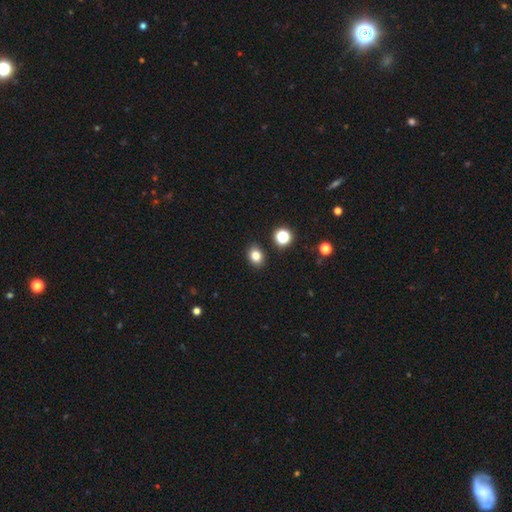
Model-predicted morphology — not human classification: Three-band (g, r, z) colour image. It shows a smooth galaxy with no disk features (80%) that is in between round and cigar-shaped (50%). Merging: none (89%).